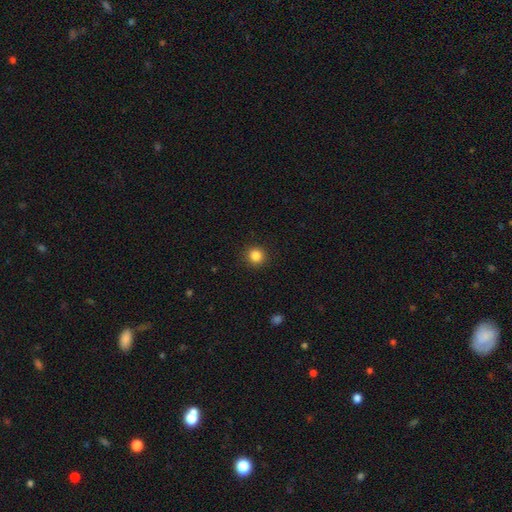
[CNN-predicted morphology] Q: Smooth or featured?
A: smooth (85%); runner-up: star or artifact (11%)
Q: How rounded?
A: round (94%); runner-up: in between (5%)
Q: Merging?
A: none (92%); runner-up: minor disturbance (5%)